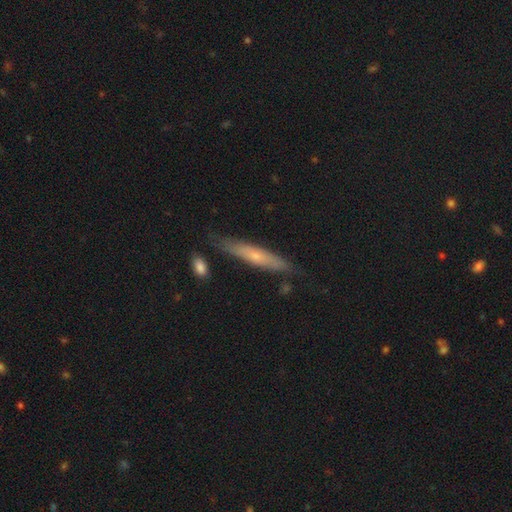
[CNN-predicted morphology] Smooth or featured: smooth — 48% (featured or disk — 45%)
Merging: none — 77% (minor disturbance — 17%)